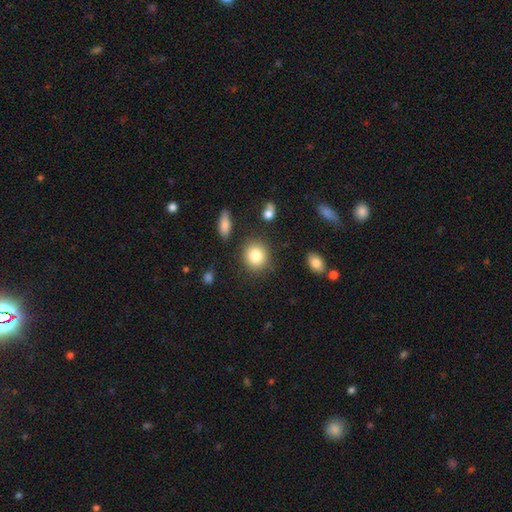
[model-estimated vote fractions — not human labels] Q: Smooth or featured?
A: smooth (83%); runner-up: star or artifact (9%)
Q: How rounded?
A: round (80%); runner-up: in between (19%)
Q: Merging?
A: none (83%); runner-up: minor disturbance (10%)